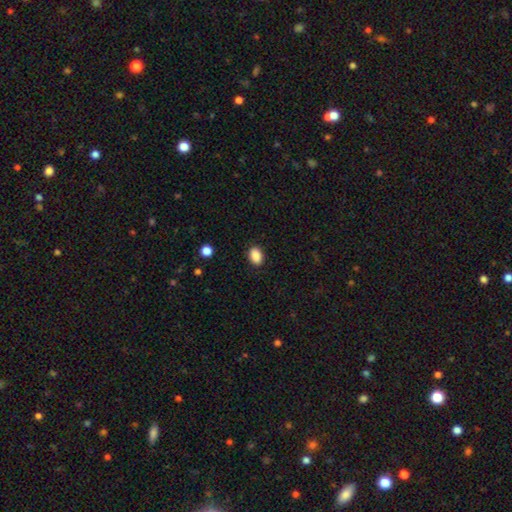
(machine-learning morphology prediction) Smooth or featured?
  - smooth: 89% *
  - star or artifact: 8%
  - featured or disk: 3%
How rounded?
  - in between: 81% *
  - round: 18%
  - cigar-shaped: 1%
Merging?
  - none: 89% *
  - minor disturbance: 8%
  - major disturbance: 2%
  - merger: 1%